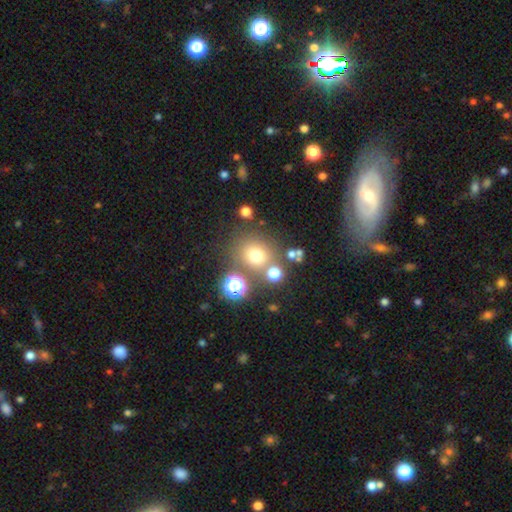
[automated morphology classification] Overall: smooth (68%). How rounded: round (83%). Merging: none (71%).